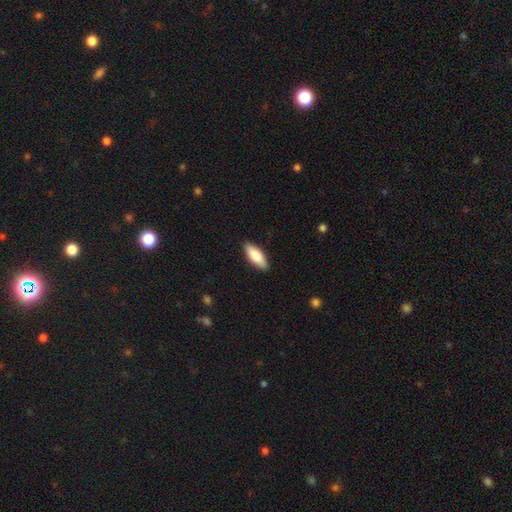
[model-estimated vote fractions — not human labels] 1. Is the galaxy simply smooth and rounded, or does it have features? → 85% smooth, 10% featured or disk, 5% star or artifact.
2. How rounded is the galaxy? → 74% in between, 24% cigar-shaped, 2% round.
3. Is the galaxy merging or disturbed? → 88% none, 9% minor disturbance, 2% major disturbance, 1% merger.